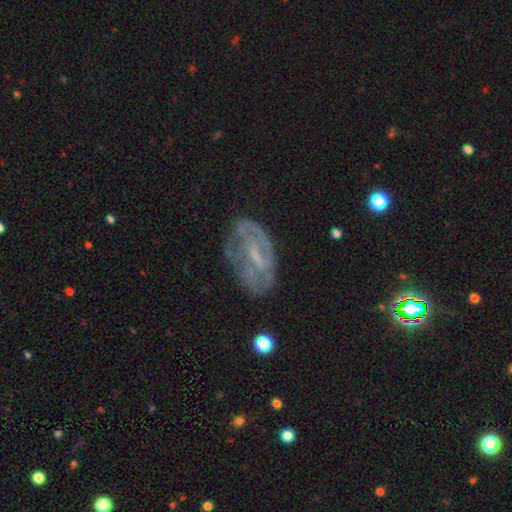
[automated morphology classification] Smooth or featured? featured or disk (69%)
Edge-on disk? no (93%)
Bar? weak (45%)
Spiral arms? yes (71%)
Bulge size? small (48%)
Merging? none (64%)